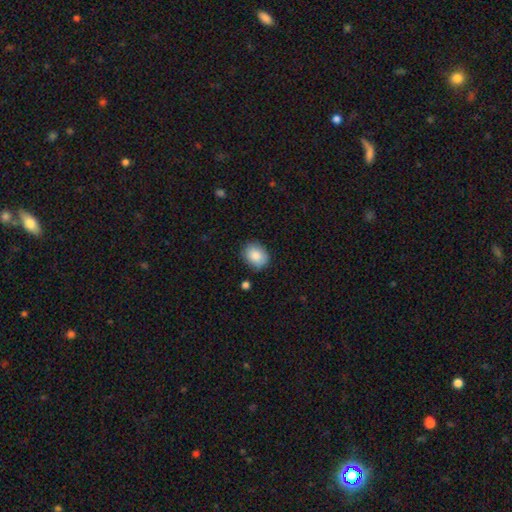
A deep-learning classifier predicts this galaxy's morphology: A smooth galaxy with no disk features (86%) that is in between round and cigar-shaped (54%). Merging: none (80%).